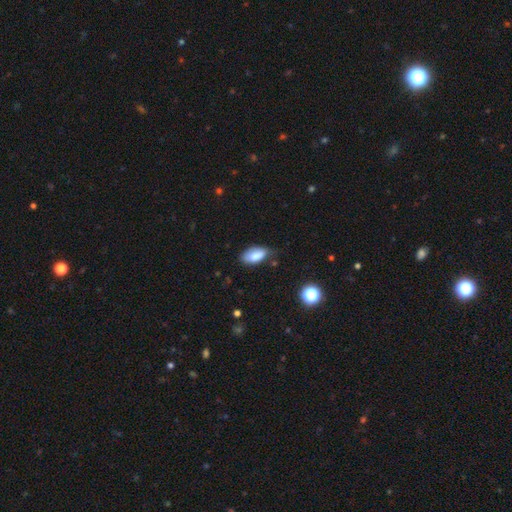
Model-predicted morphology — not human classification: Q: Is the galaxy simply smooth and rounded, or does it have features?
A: smooth — 82%.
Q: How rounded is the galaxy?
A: in between — 92%.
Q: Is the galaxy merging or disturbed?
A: none — 58%.